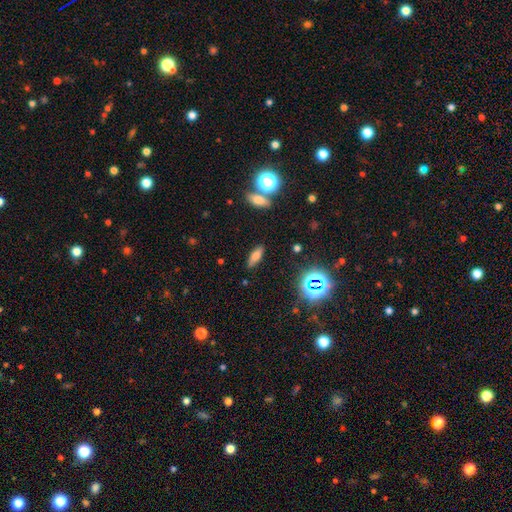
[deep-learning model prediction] Smooth or featured? smooth (68%)
How rounded? in between (66%)
Merging? none (83%)